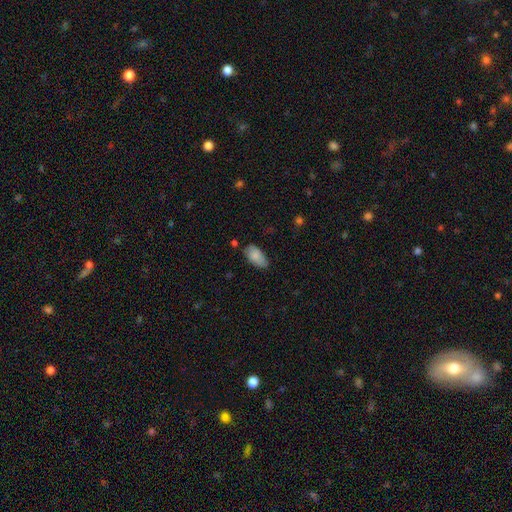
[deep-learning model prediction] Smooth or featured?
  - smooth: 83% *
  - featured or disk: 10%
  - star or artifact: 7%
How rounded?
  - in between: 94% *
  - round: 3%
  - cigar-shaped: 3%
Merging?
  - none: 67% *
  - minor disturbance: 26%
  - major disturbance: 4%
  - merger: 3%